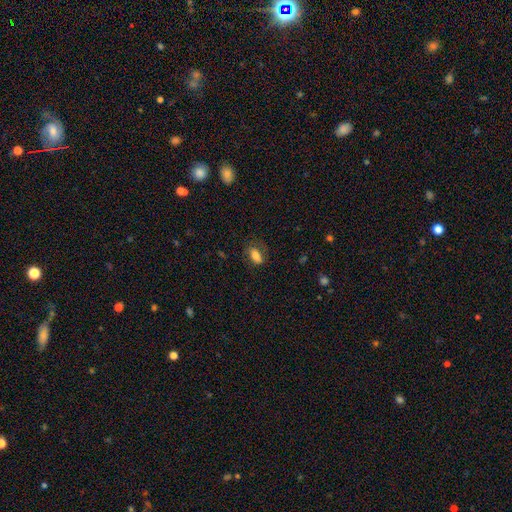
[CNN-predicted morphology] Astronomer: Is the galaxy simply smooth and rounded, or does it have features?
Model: smooth — 77%.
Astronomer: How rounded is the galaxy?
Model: in between — 86%.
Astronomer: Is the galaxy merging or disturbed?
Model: none — 70%.